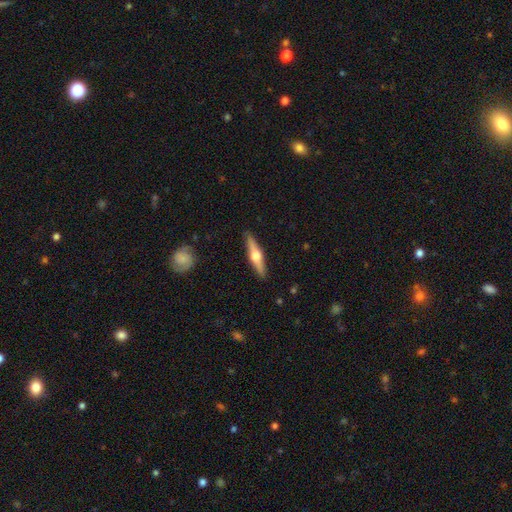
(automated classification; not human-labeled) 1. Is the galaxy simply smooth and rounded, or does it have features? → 67% featured or disk, 28% smooth, 5% star or artifact.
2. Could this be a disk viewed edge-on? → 97% yes, 3% no.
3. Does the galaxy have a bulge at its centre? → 95% rounded, 3% boxy, 2% none.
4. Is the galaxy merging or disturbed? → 90% none, 7% minor disturbance, 2% major disturbance, 1% merger.